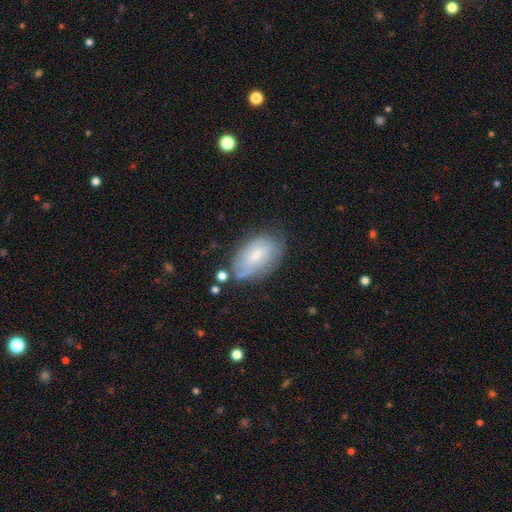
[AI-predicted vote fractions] A smooth galaxy with no disk features (47%).

Vote fractions:
- Smooth or featured? smooth: 47% / featured or disk: 45% / star or artifact: 8%
- Merging? none: 62% / minor disturbance: 26% / major disturbance: 8% / merger: 4%